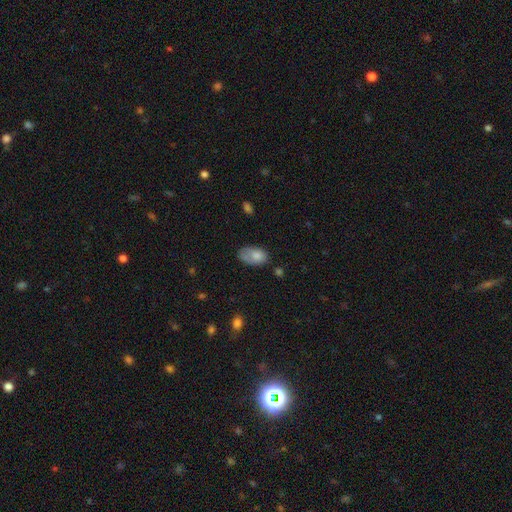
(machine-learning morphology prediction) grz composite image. It shows a smooth galaxy with no disk features (75%) that is in between round and cigar-shaped (91%). Merging: none (45%).